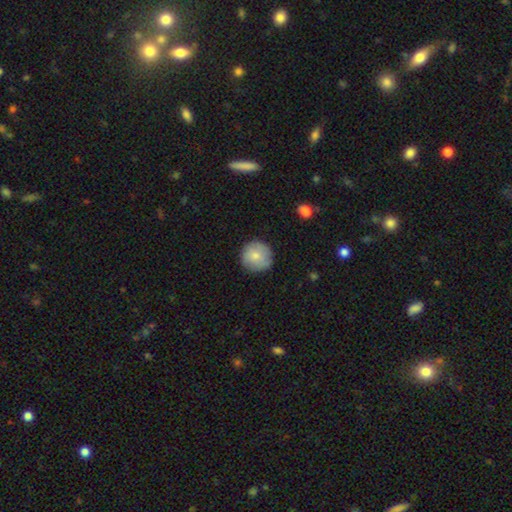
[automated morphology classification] smooth-or-featured: smooth: 72% | featured or disk: 21% | star or artifact: 7%
  how-rounded: round: 95% | in between: 4% | cigar-shaped: 1%
  merging: none: 84% | minor disturbance: 12% | major disturbance: 3% | merger: 1%